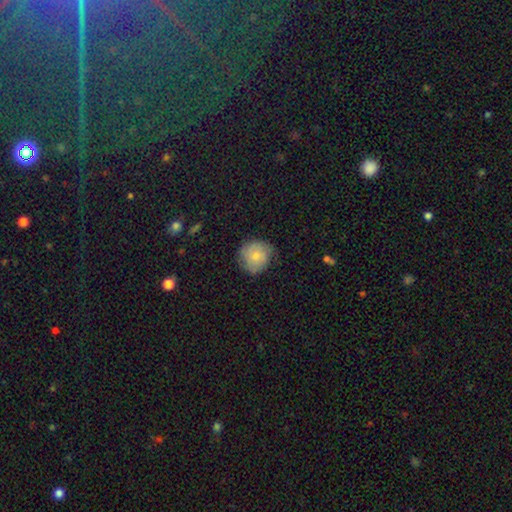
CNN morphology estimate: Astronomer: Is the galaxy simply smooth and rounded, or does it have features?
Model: smooth — 67%.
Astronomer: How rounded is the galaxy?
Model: round — 88%.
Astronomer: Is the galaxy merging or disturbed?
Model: none — 70%.